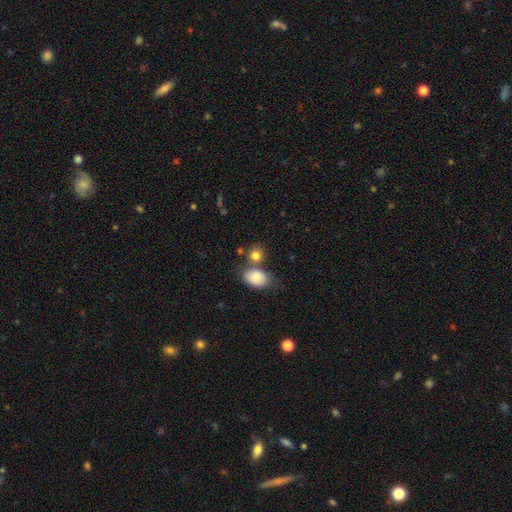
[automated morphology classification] Smooth or featured: smooth — 83% (star or artifact — 9%)
How rounded: round — 59% (in between — 40%)
Merging: none — 58% (merger — 28%)